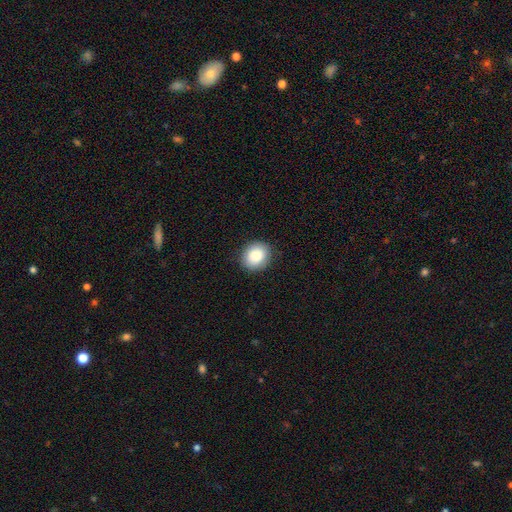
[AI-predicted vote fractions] smooth_or_featured: smooth (p=0.87) [alt: star or artifact p=0.08]
how_rounded: round (p=0.68) [alt: in between p=0.31]
merging: none (p=0.88) [alt: minor disturbance p=0.08]